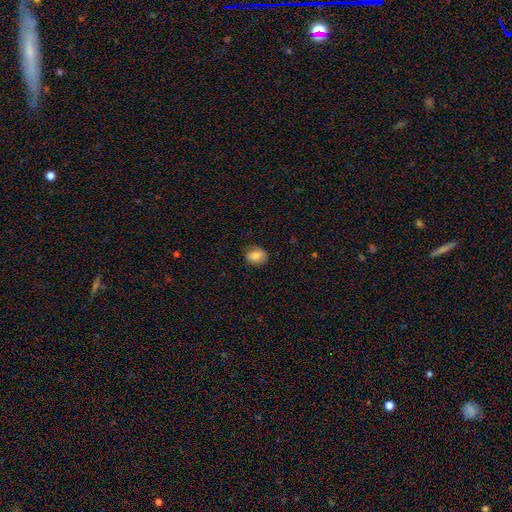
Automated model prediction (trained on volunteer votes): Morphology: type=smooth (83%); roundness=in between (57%); merging=none (82%).